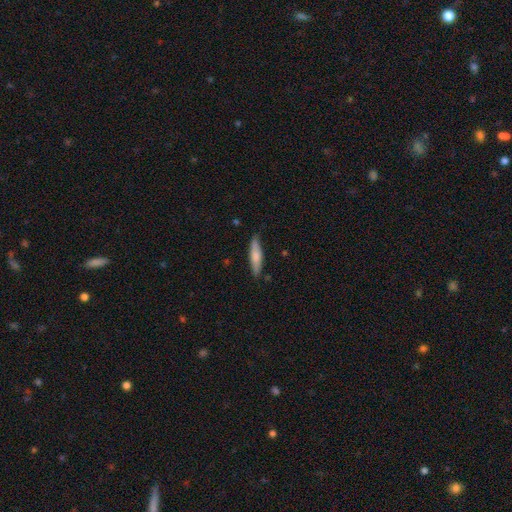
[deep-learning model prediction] Overall: smooth (69%). How rounded: cigar-shaped (78%). Merging: none (83%).